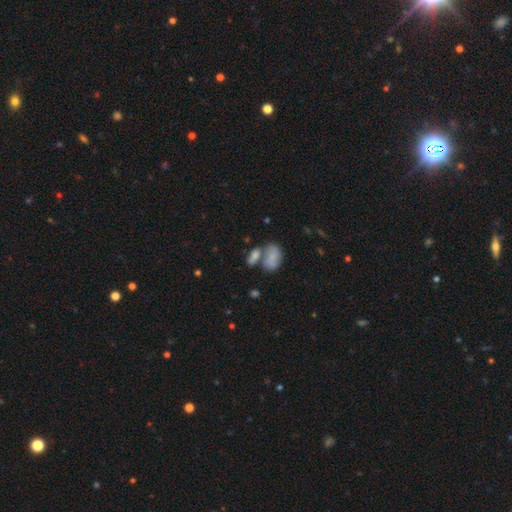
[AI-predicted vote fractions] smooth_or_featured: smooth (p=0.69) [alt: featured or disk p=0.18]
how_rounded: in between (p=0.84) [alt: round p=0.11]
merging: merger (p=0.46) [alt: none p=0.38]